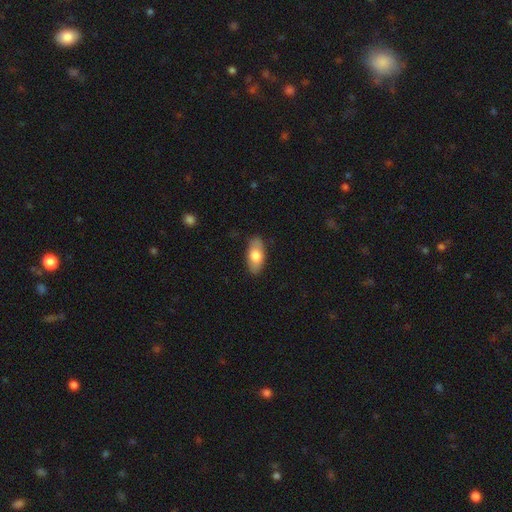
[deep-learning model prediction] Smooth or featured? Predicted: smooth (p=0.75). How rounded? Predicted: in between (p=0.90). Merging? Predicted: none (p=0.85).